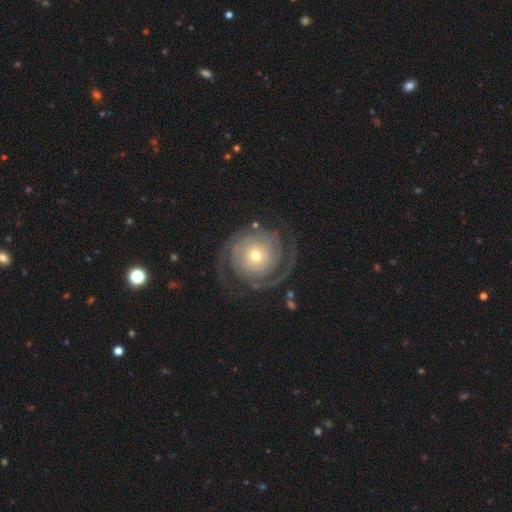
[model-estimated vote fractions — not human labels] This appears to be a featured or disk galaxy (85%) with no bar (77%), 2 (68%) tight (69%) spiral arms (95%) and a small central bulge (52%). Merging: none (73%).